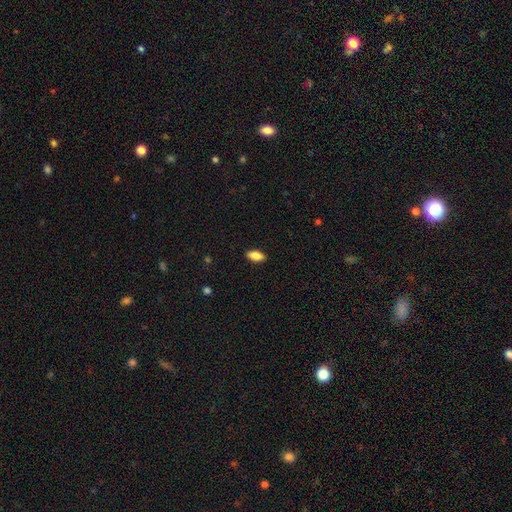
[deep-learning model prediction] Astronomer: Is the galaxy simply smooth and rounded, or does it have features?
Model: smooth — 84%.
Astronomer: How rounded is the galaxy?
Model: in between — 89%.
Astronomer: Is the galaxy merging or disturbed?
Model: none — 89%.